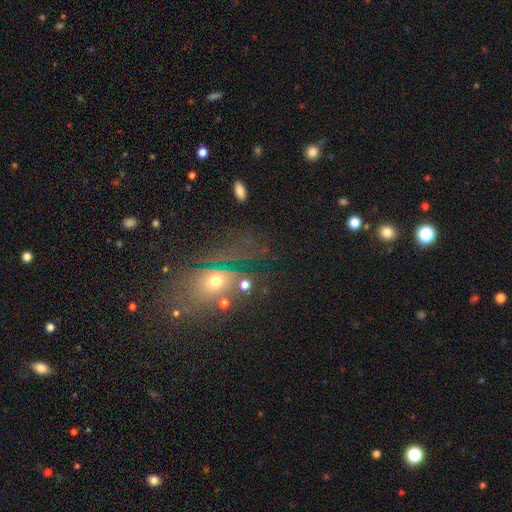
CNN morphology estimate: The model was most divided on "smooth or featured": smooth: 43%, star or artifact: 34%, featured or disk: 23%. More confident: merging — none (56%).